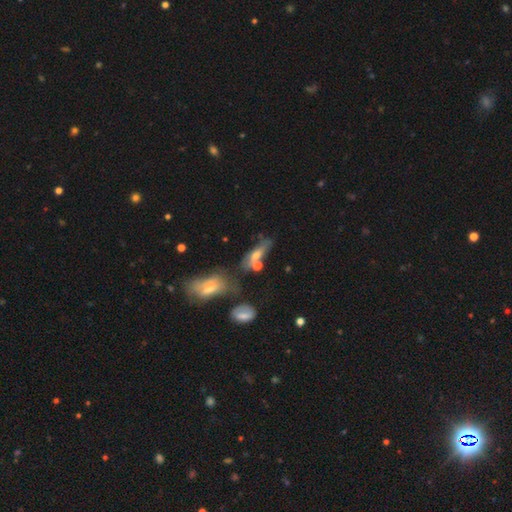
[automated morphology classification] The model was most divided on "merging": none: 38%, merger: 30%, minor disturbance: 19%, major disturbance: 13%. More confident: how rounded — in between (56%); smooth or featured — smooth (54%).